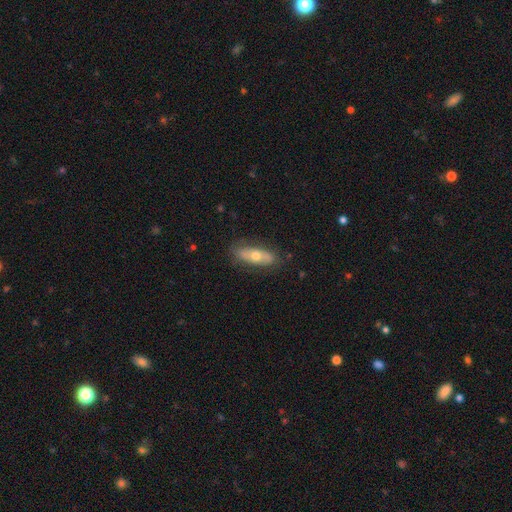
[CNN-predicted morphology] This appears to be a smooth galaxy with no disk features (51%) that is in between round and cigar-shaped (68%). Merging: none (80%).